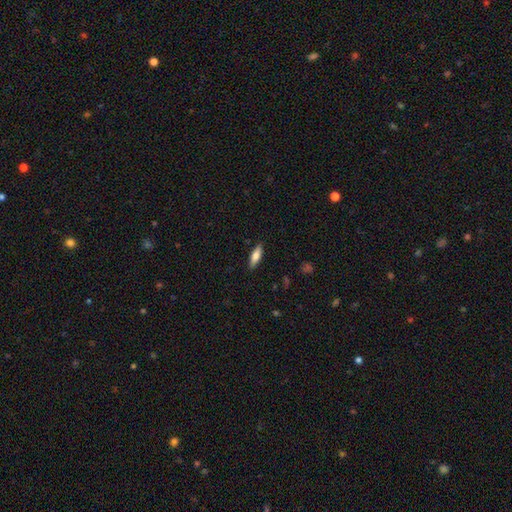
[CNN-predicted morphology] A smooth galaxy with no disk features (69%) that is in between round and cigar-shaped (52%).

Vote fractions:
- Smooth or featured? smooth: 69% / featured or disk: 25% / star or artifact: 6%
- How rounded? in between: 52% / cigar-shaped: 46% / round: 2%
- Merging? none: 89% / minor disturbance: 8% / major disturbance: 2% / merger: 1%